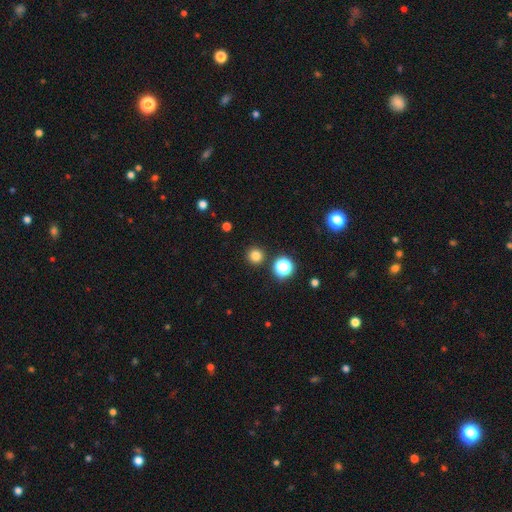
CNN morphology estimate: smooth-or-featured: smooth: 79% | star or artifact: 17% | featured or disk: 5%
  how-rounded: round: 95% | in between: 4% | cigar-shaped: 1%
  merging: none: 90% | minor disturbance: 5% | merger: 3% | major disturbance: 2%